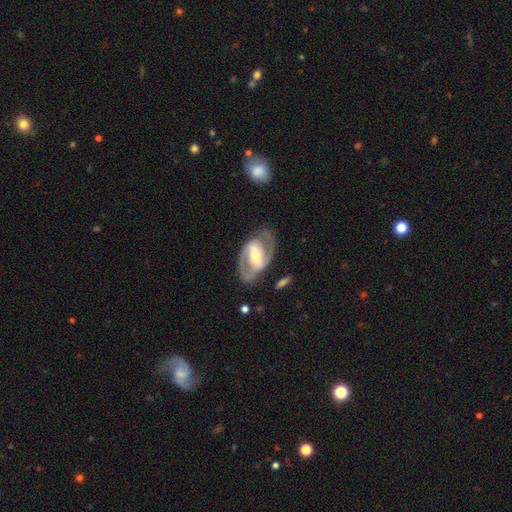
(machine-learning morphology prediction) The model was most divided on "bulge size": moderate: 51%, small: 40%, large: 7%, none: 2%, dominant: 1%. More confident: edge-on disk — no (96%); spiral arms — yes (93%); spiral arm count — 2 (91%); smooth or featured — featured or disk (87%); merging — none (78%); bar — strong (57%); spiral winding — medium (55%).